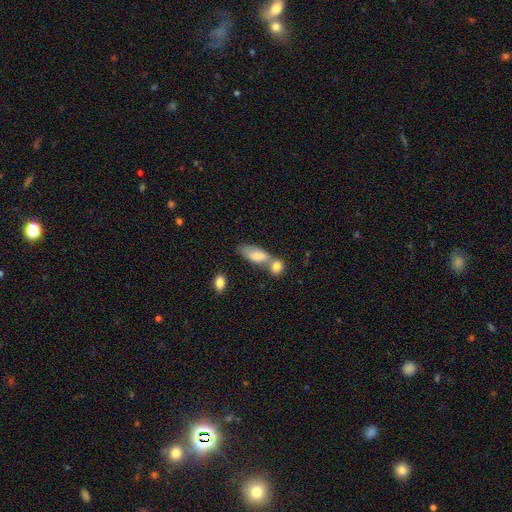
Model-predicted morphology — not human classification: type=smooth (73%); roundness=in between (84%); merging=merger (56%).